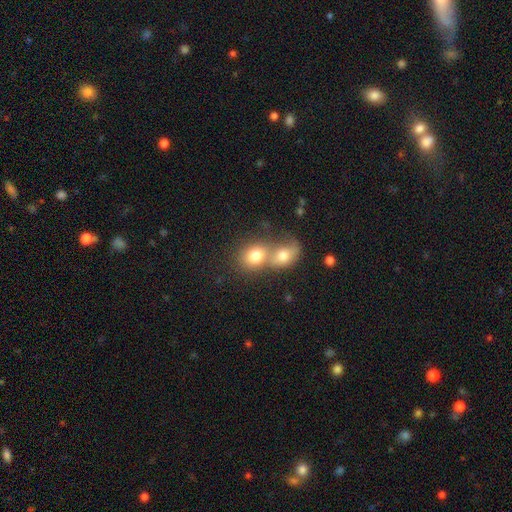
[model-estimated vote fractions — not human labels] smooth 77%, featured or disk 14%, star or artifact 9%. Down the decision tree: how rounded — round (50%); merging — merger (68%).